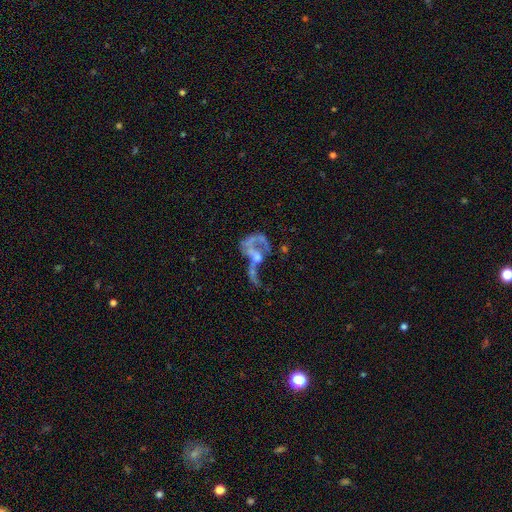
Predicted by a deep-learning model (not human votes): A featured or disk galaxy (66%) with no bar (82%), no spiral arms (70%) and no central bulge (42%).

Vote fractions:
- Smooth or featured? featured or disk: 66% / smooth: 18% / star or artifact: 16%
- Edge-on disk? no: 96% / yes: 4%
- Bar? no: 82% / weak: 13% / strong: 5%
- Spiral arms? no: 70% / yes: 30%
- Bulge size? none: 42% / moderate: 26% / small: 25% / large: 5% / dominant: 2%
- Merging? merger: 41% / major disturbance: 35% / none: 16% / minor disturbance: 8%